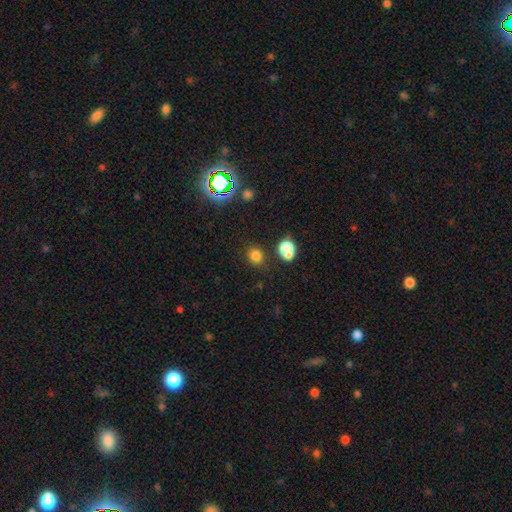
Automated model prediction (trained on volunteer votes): Smooth or featured? Predicted: smooth (p=0.78). How rounded? Predicted: round (p=0.71). Merging? Predicted: none (p=0.76).